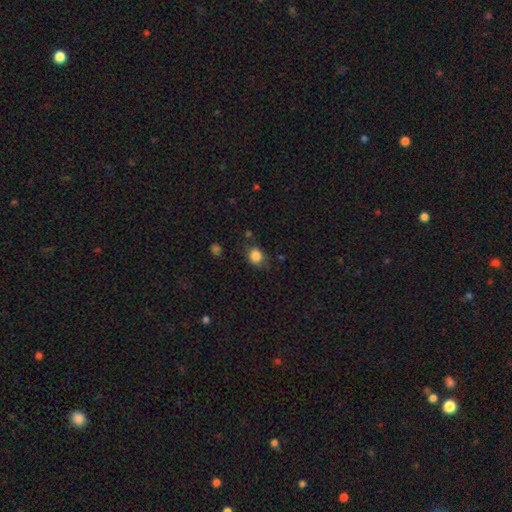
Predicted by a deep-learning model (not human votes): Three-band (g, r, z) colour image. It shows a smooth galaxy with no disk features (85%) that is round (56%). Merging: none (72%).